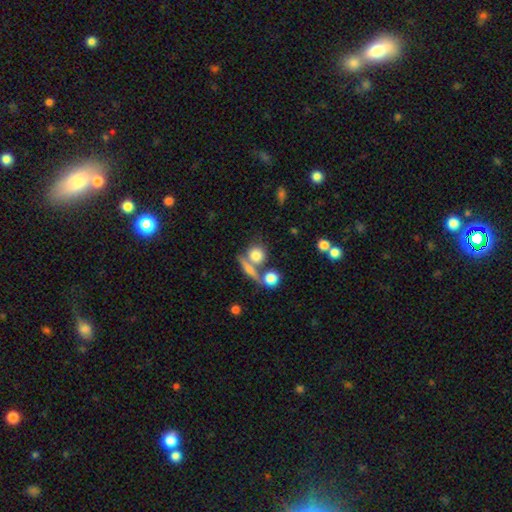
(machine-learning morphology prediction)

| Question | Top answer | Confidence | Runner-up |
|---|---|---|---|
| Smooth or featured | smooth | 75% | featured or disk (15%) |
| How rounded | round | 79% | in between (15%) |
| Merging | none | 54% | merger (31%) |